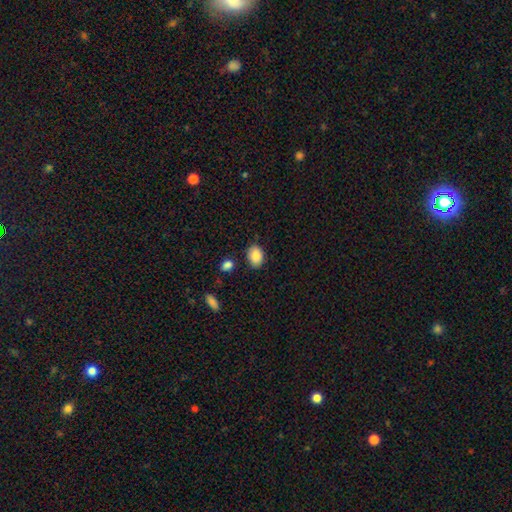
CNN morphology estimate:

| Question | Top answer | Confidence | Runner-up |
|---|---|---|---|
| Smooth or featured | smooth | 87% | star or artifact (8%) |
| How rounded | in between | 80% | round (19%) |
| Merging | none | 81% | minor disturbance (13%) |